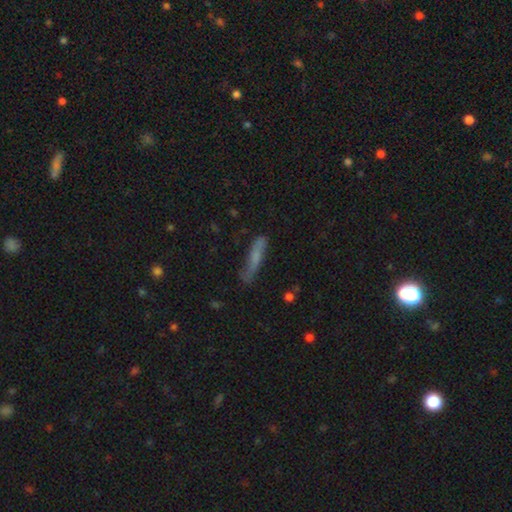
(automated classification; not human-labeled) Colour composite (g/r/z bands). It shows a smooth galaxy with no disk features (58%) that is cigar-shaped (87%). Merging: none (65%).